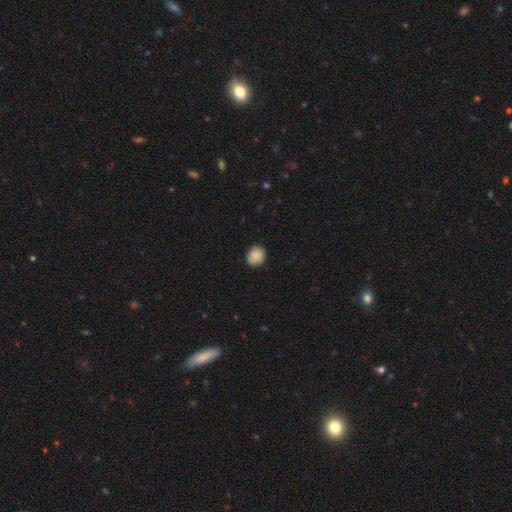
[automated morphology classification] Smooth or featured? Predicted: smooth (p=0.84). How rounded? Predicted: round (p=0.77). Merging? Predicted: none (p=0.82).